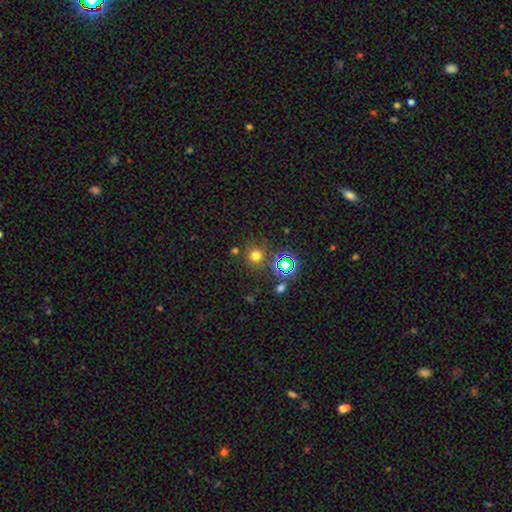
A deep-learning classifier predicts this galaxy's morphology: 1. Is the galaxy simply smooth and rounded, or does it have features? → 68% smooth, 26% star or artifact, 7% featured or disk.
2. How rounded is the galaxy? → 92% round, 7% in between, 1% cigar-shaped.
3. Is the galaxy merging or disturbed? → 80% none, 8% minor disturbance, 7% merger, 4% major disturbance.